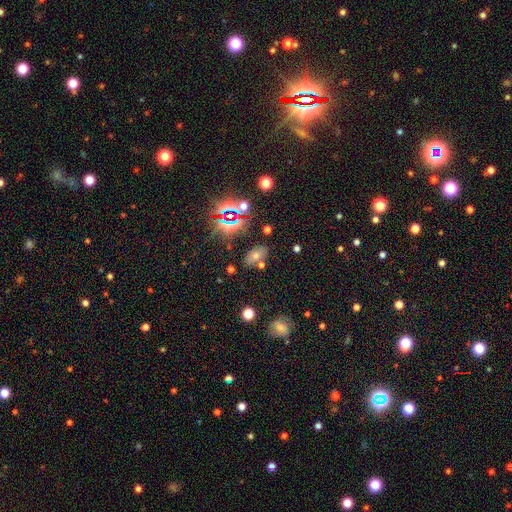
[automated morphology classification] Smooth or featured: star or artifact — 46% (smooth — 37%)